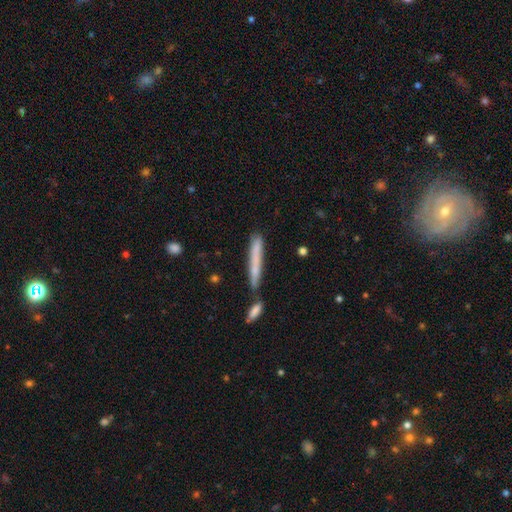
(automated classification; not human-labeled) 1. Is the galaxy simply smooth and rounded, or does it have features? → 65% smooth, 28% featured or disk, 7% star or artifact.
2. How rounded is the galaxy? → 95% cigar-shaped, 4% in between, 1% round.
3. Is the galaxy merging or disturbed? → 65% none, 16% merger, 15% minor disturbance, 4% major disturbance.